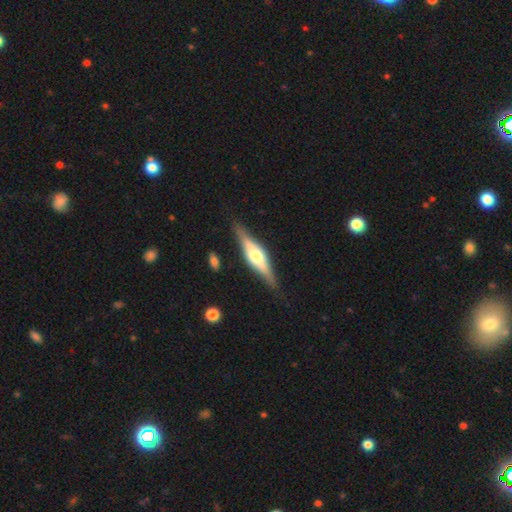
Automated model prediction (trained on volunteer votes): A featured or disk galaxy (71%) viewed edge-on (96%) with a rounded central bulge (85%). Merging: none (85%).